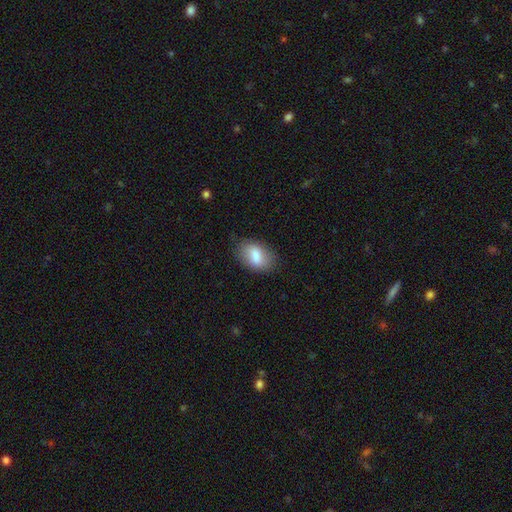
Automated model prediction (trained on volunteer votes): smooth_or_featured: smooth (p=0.78) [alt: featured or disk p=0.15]
how_rounded: in between (p=0.88) [alt: round p=0.09]
merging: none (p=0.75) [alt: minor disturbance p=0.18]